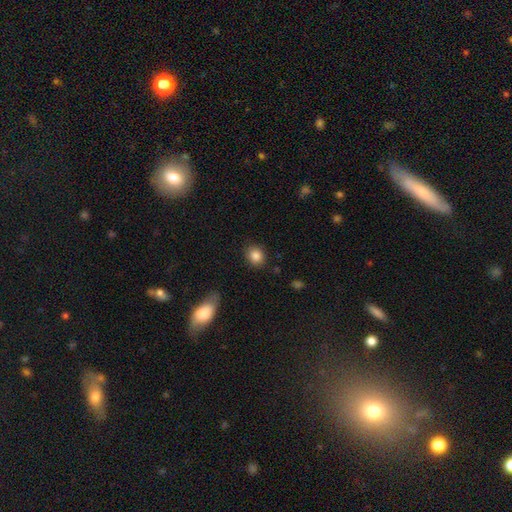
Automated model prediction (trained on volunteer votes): This is clearly a smooth galaxy (85%). How rounded: likely round (72%). Merging: clearly none (87%).